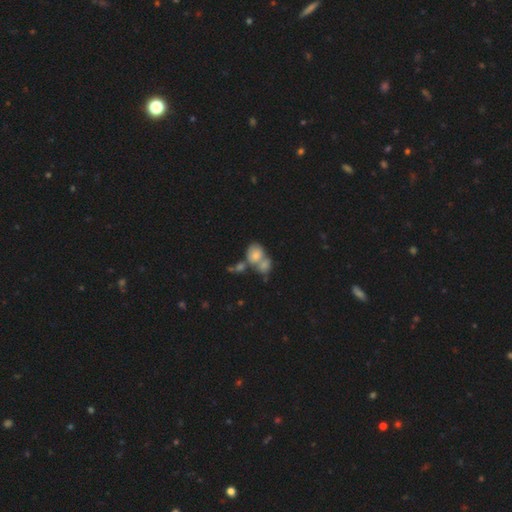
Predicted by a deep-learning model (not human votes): This is likely a smooth galaxy (69%). How rounded: possibly in between (56%). Merging: likely merger (61%).